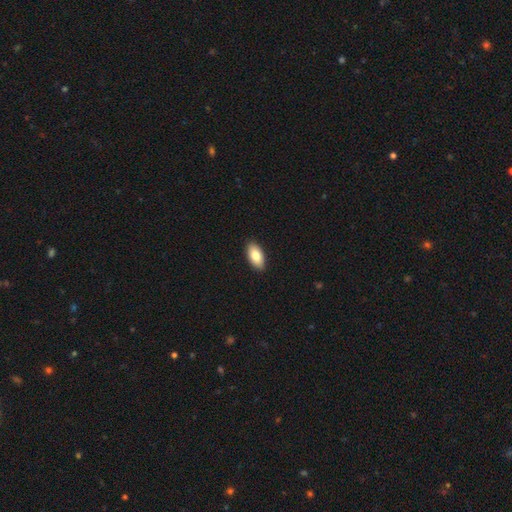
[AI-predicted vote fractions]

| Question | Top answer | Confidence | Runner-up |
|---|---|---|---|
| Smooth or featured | smooth | 82% | featured or disk (11%) |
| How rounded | in between | 93% | cigar-shaped (4%) |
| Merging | none | 90% | minor disturbance (7%) |